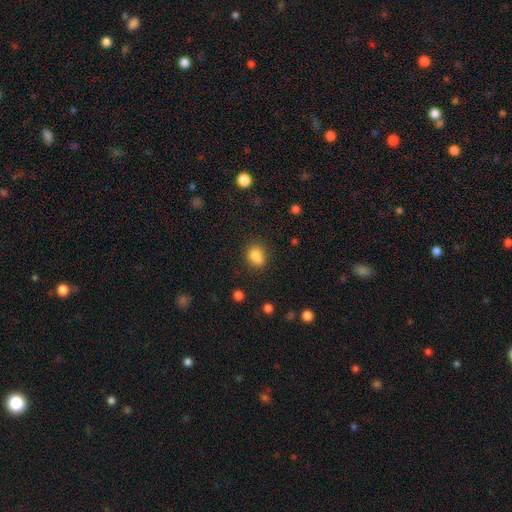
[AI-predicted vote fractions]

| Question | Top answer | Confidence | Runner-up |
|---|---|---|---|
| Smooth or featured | smooth | 83% | star or artifact (11%) |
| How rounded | in between | 59% | round (39%) |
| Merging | none | 67% | minor disturbance (20%) |